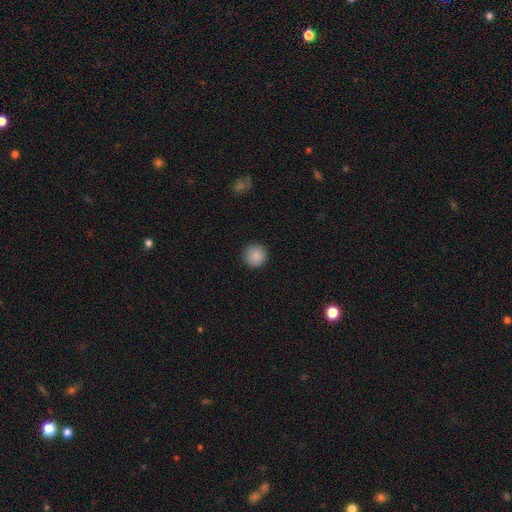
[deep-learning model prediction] Smooth or featured? smooth (88%)
How rounded? round (94%)
Merging? none (91%)